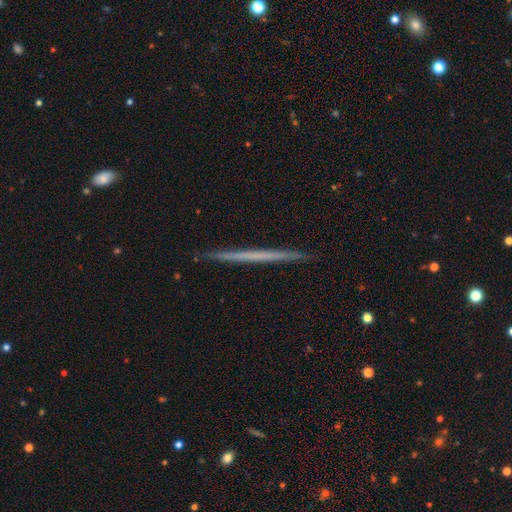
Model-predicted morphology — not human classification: Smooth or featured?
  - featured or disk: 53% *
  - smooth: 42%
  - star or artifact: 5%
Edge-on disk?
  - yes: 98% *
  - no: 2%
Edge-on bulge?
  - none: 95% *
  - rounded: 3%
  - boxy: 2%
Merging?
  - none: 92% *
  - minor disturbance: 6%
  - major disturbance: 1%
  - merger: 1%